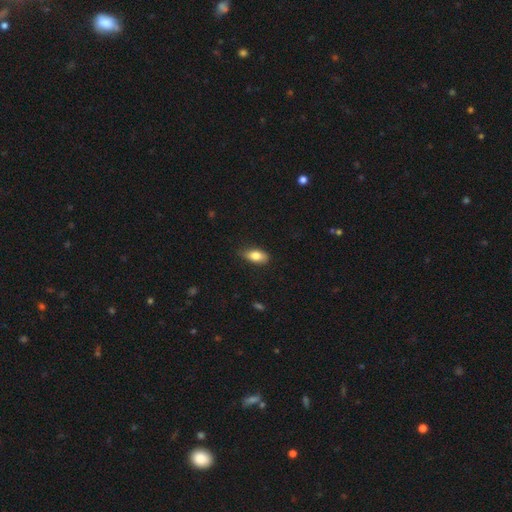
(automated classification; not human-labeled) Smooth or featured? Predicted: smooth (p=0.81). How rounded? Predicted: in between (p=0.88). Merging? Predicted: none (p=0.79).